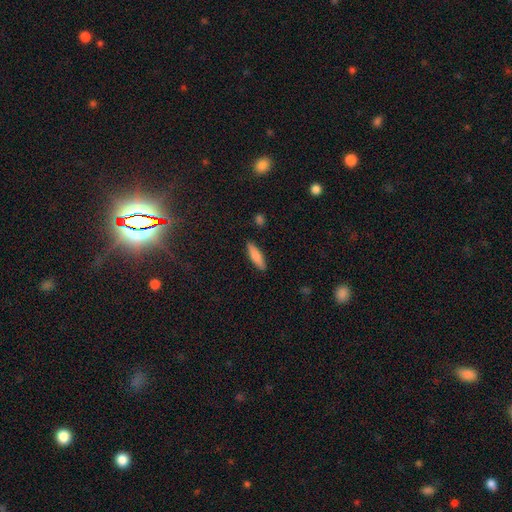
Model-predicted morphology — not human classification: smooth_or_featured: smooth (p=0.79) [alt: featured or disk p=0.14]
how_rounded: cigar-shaped (p=0.67) [alt: in between p=0.31]
merging: none (p=0.88) [alt: minor disturbance p=0.09]